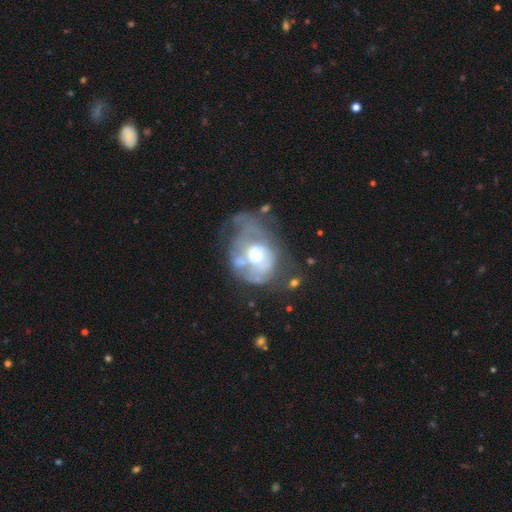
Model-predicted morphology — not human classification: Smooth or featured?
  - featured or disk: 61% *
  - smooth: 30%
  - star or artifact: 9%
Edge-on disk?
  - no: 97% *
  - yes: 3%
Bar?
  - no: 78% *
  - weak: 17%
  - strong: 4%
Spiral arms?
  - no: 58% *
  - yes: 42%
Bulge size?
  - moderate: 68% *
  - small: 16%
  - large: 13%
  - dominant: 2%
  - none: 1%
Merging?
  - major disturbance: 49% *
  - none: 22%
  - minor disturbance: 20%
  - merger: 9%